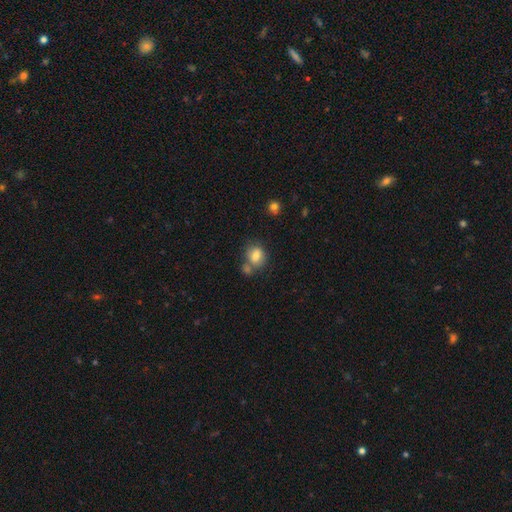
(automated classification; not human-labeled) smooth_or_featured: smooth (p=0.77) [alt: featured or disk p=0.13]
how_rounded: round (p=0.57) [alt: in between p=0.42]
merging: none (p=0.49) [alt: merger p=0.32]